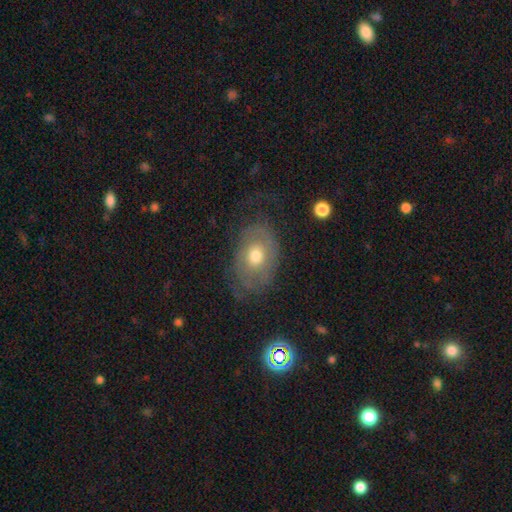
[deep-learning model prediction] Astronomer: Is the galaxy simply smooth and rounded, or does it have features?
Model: featured or disk — 58% (runner-up: smooth, 34%).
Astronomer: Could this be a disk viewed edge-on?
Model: no — 94%.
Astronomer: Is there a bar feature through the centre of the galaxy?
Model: no — 84%.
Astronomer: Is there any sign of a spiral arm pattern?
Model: yes — 62% (runner-up: no, 38%).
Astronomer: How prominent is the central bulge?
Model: moderate — 73%.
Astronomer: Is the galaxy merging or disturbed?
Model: none — 59%.